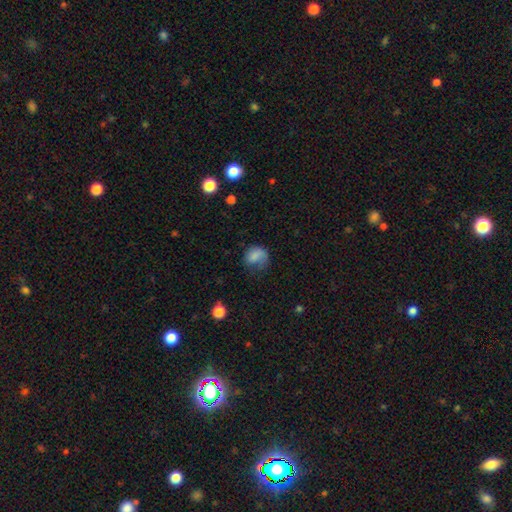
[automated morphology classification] smooth-or-featured: smooth: 74% | featured or disk: 16% | star or artifact: 10%
  how-rounded: round: 54% | in between: 44% | cigar-shaped: 1%
  merging: none: 36% | major disturbance: 34% | minor disturbance: 29% | merger: 2%